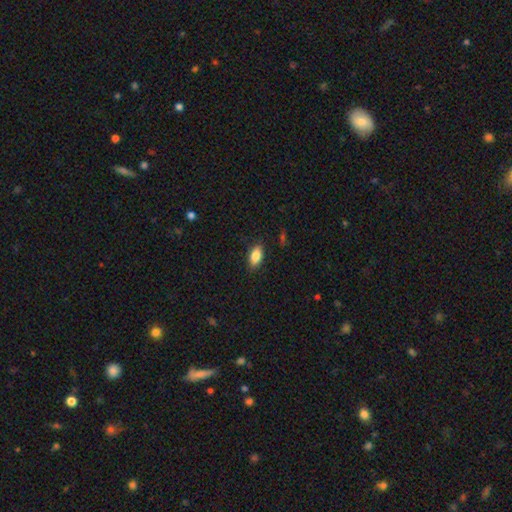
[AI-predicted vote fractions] smooth-or-featured: smooth: 85% | star or artifact: 8% | featured or disk: 8%
  how-rounded: in between: 90% | cigar-shaped: 6% | round: 4%
  merging: none: 86% | minor disturbance: 10% | major disturbance: 2% | merger: 1%